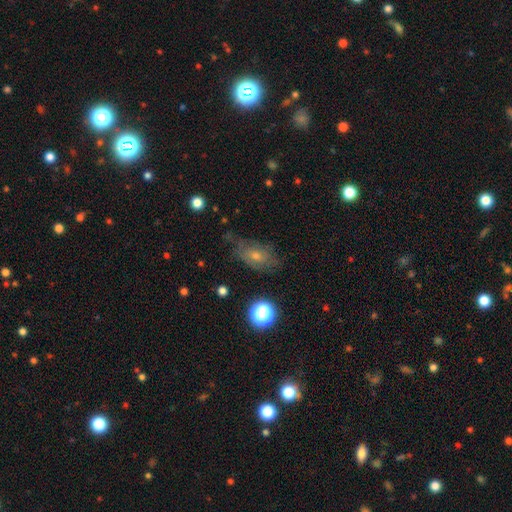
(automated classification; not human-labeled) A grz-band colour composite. It shows a smooth galaxy with no disk features (44%). Merging: none (62%).